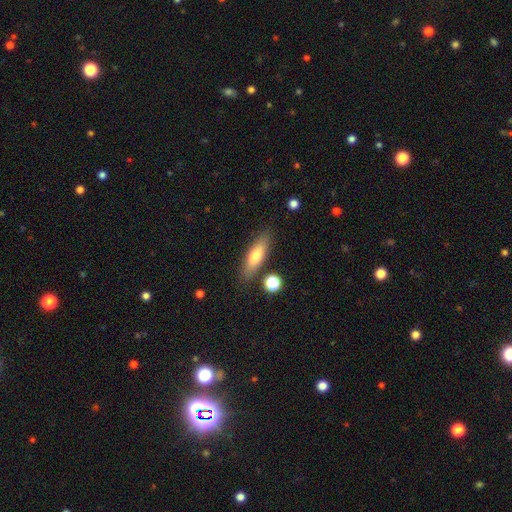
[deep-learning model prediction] Smooth or featured? smooth (67%)
How rounded? cigar-shaped (52%)
Merging? none (83%)